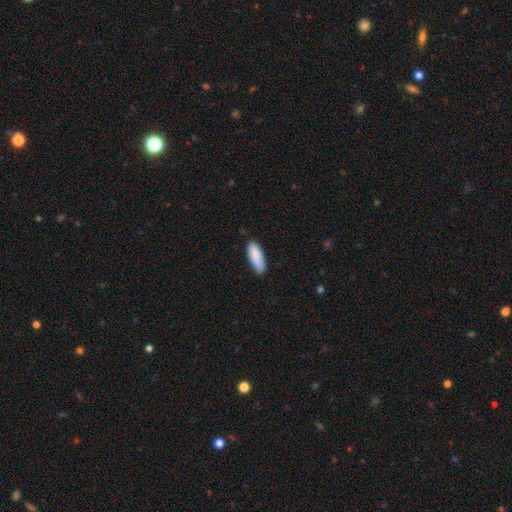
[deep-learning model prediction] This is clearly a smooth galaxy (87%). How rounded: likely in between (68%). Merging: likely none (80%).